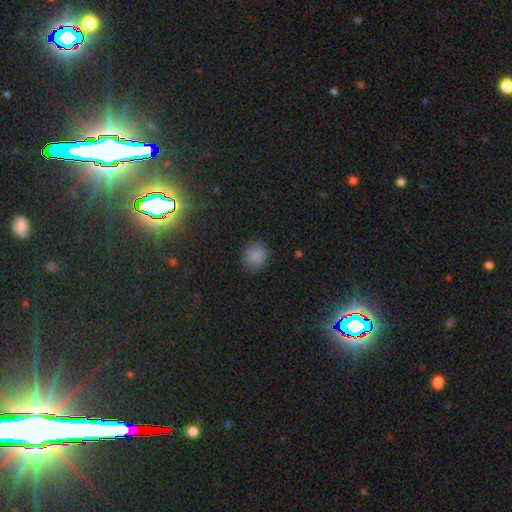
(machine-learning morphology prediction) This is clearly a smooth galaxy (82%). How rounded: likely round (75%). Merging: clearly none (82%).